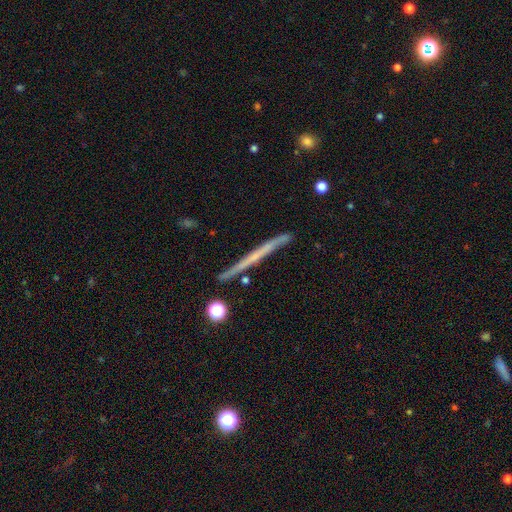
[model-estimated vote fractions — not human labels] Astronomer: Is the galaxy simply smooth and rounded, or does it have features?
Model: featured or disk — 61%.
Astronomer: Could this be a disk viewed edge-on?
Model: yes — 97%.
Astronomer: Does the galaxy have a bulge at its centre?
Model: none — 81%.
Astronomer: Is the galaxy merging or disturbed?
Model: none — 89%.